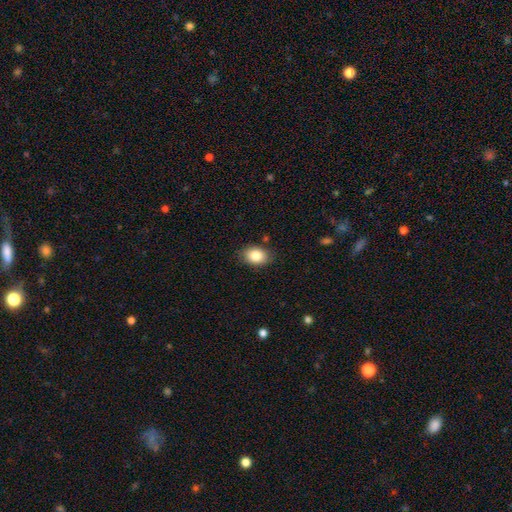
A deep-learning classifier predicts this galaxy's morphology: Smooth or featured? smooth (84%)
How rounded? in between (76%)
Merging? none (82%)